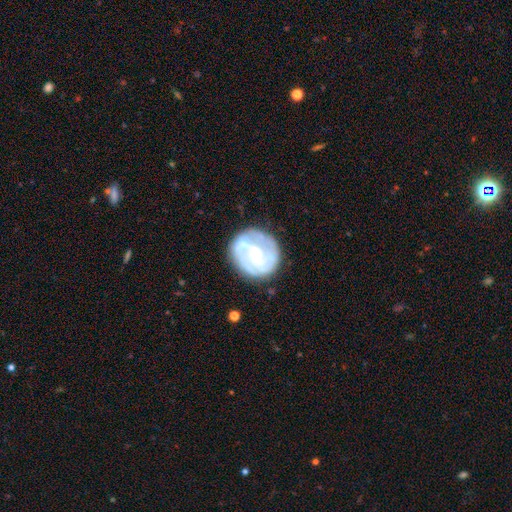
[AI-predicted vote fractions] smooth_or_featured: featured or disk (p=0.81) [alt: smooth p=0.14]
disk_edge_on: no (p=0.98) [alt: yes p=0.02]
bar: no (p=0.56) [alt: weak p=0.33]
has_spiral_arms: yes (p=0.91) [alt: no p=0.09]
spiral_winding: tight (p=0.51) [alt: medium p=0.36]
spiral_arm_count: 2 (p=0.38) [alt: 3 p=0.25]
bulge_size: small (p=0.71) [alt: moderate p=0.26]
merging: none (p=0.75) [alt: minor disturbance p=0.16]